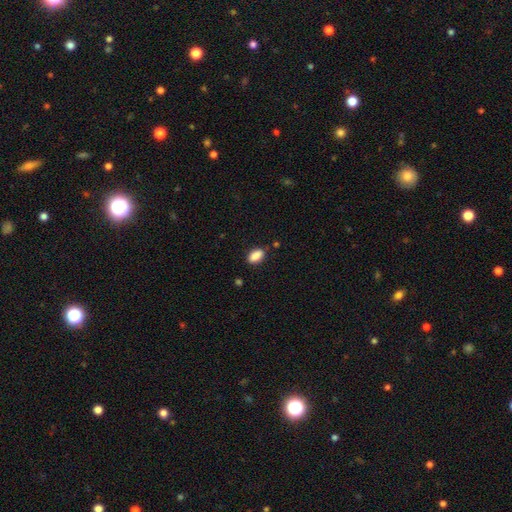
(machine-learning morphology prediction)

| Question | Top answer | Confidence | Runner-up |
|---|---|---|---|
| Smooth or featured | smooth | 88% | star or artifact (8%) |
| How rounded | in between | 91% | round (5%) |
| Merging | none | 81% | minor disturbance (14%) |